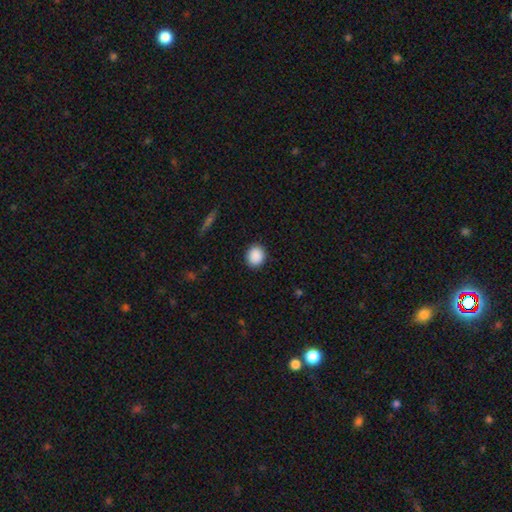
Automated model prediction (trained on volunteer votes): A smooth galaxy with no disk features (89%) that is round (76%). Merging: none (90%).